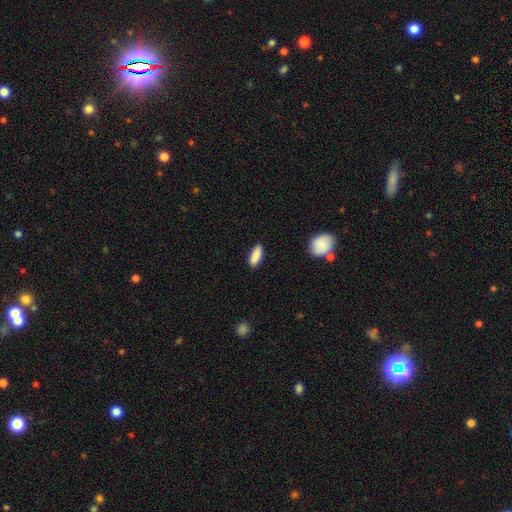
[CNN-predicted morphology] smooth 88%, star or artifact 6%, featured or disk 6%. Down the decision tree: how rounded — in between (69%); merging — none (87%).